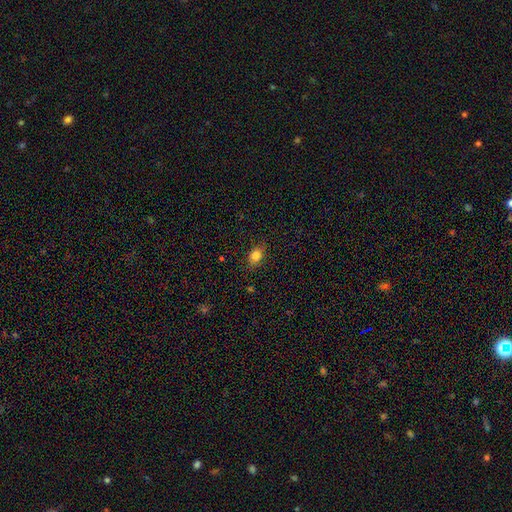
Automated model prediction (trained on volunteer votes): A smooth galaxy with no disk features (82%) that is in between round and cigar-shaped (60%). Merging: none (85%).